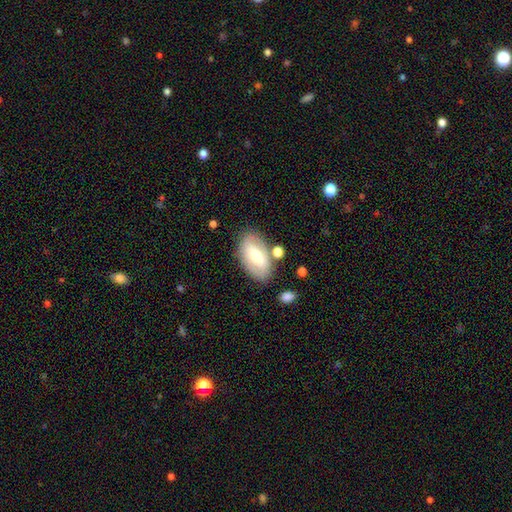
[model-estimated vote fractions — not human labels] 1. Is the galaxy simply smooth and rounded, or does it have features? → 50% smooth, 43% featured or disk, 6% star or artifact.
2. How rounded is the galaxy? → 92% in between, 5% round, 3% cigar-shaped.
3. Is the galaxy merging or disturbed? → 74% none, 15% minor disturbance, 7% merger, 5% major disturbance.